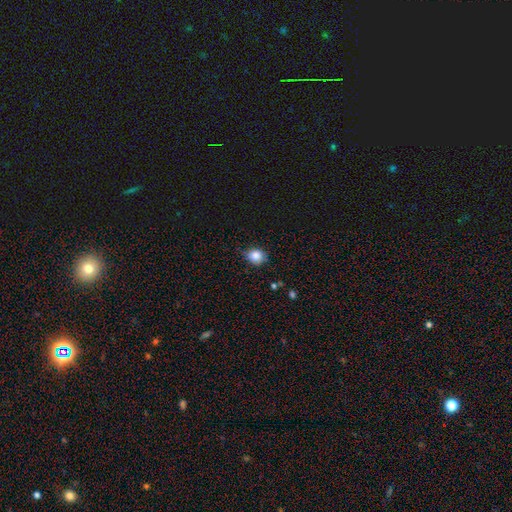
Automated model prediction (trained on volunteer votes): Smooth or featured?
  - smooth: 84% *
  - star or artifact: 10%
  - featured or disk: 6%
How rounded?
  - round: 71% *
  - in between: 28%
  - cigar-shaped: 1%
Merging?
  - none: 70% *
  - minor disturbance: 25%
  - major disturbance: 4%
  - merger: 2%